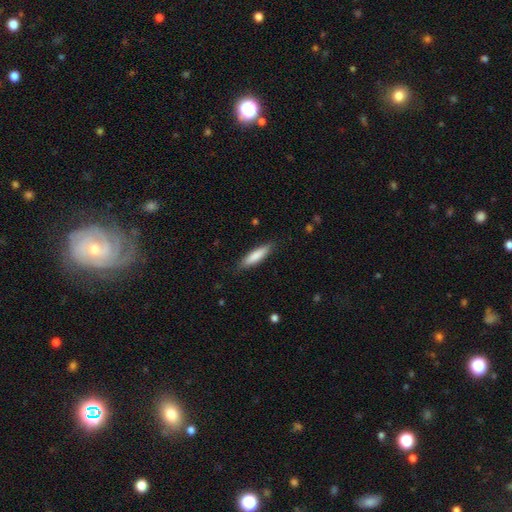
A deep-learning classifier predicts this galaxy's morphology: smooth 82%, featured or disk 13%, star or artifact 5%. Down the decision tree: how rounded — cigar-shaped (72%); merging — none (85%).